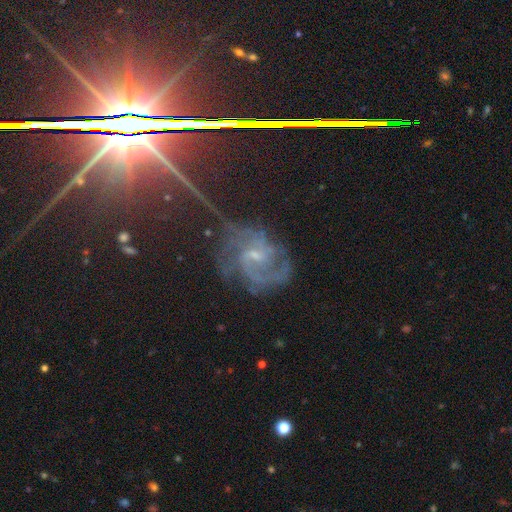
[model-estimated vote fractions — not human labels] Smooth or featured?
  - featured or disk: 77% *
  - star or artifact: 17%
  - smooth: 6%
Edge-on disk?
  - no: 96% *
  - yes: 4%
Bar?
  - no: 51% *
  - weak: 36%
  - strong: 13%
Spiral arms?
  - yes: 97% *
  - no: 3%
Spiral winding?
  - tight: 47% *
  - medium: 42%
  - loose: 11%
Spiral arm count?
  - 2: 42% *
  - 3: 23%
  - can't tell: 19%
  - 4: 6%
  - 1: 6%
  - more than 4: 5%
Bulge size?
  - small: 67% *
  - moderate: 26%
  - none: 4%
  - large: 1%
  - dominant: 1%
Merging?
  - none: 67% *
  - minor disturbance: 19%
  - major disturbance: 12%
  - merger: 2%